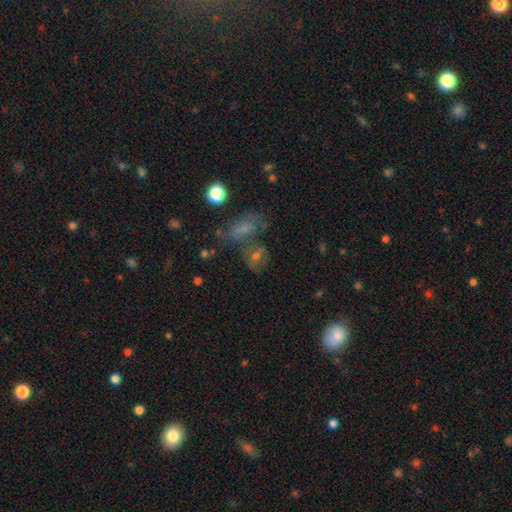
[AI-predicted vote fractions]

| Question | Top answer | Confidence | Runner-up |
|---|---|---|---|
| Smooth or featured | smooth | 42% | featured or disk (29%) |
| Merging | none | 50% | merger (24%) |